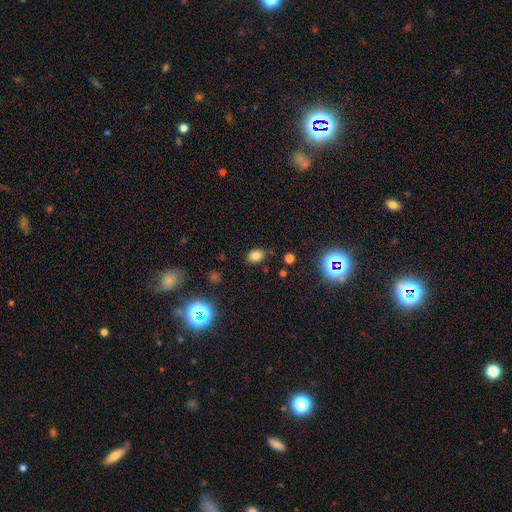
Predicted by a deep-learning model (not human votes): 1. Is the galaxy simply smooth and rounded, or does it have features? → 78% smooth, 15% star or artifact, 7% featured or disk.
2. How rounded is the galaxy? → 72% in between, 27% round, 1% cigar-shaped.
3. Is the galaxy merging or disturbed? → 76% none, 18% minor disturbance, 4% major disturbance, 2% merger.